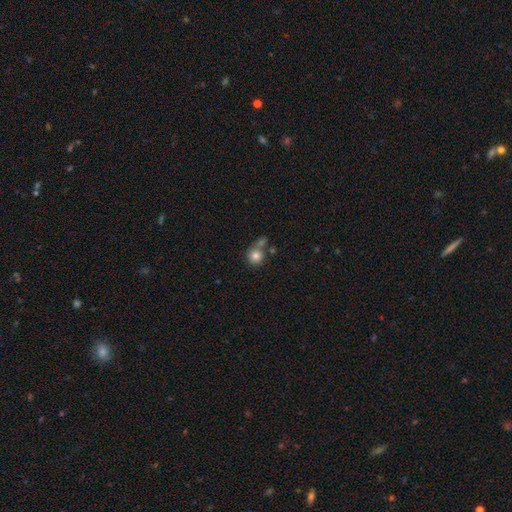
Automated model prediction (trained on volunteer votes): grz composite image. It shows a smooth galaxy with no disk features (80%) that is round (90%). Merging: none (53%).